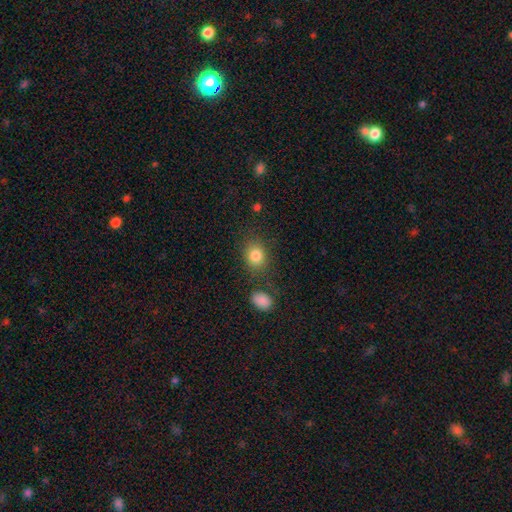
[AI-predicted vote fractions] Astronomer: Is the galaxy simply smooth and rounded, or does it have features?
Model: smooth — 83%.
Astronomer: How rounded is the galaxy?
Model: round — 56% (runner-up: in between, 43%).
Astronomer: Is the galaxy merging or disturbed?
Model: none — 76%.